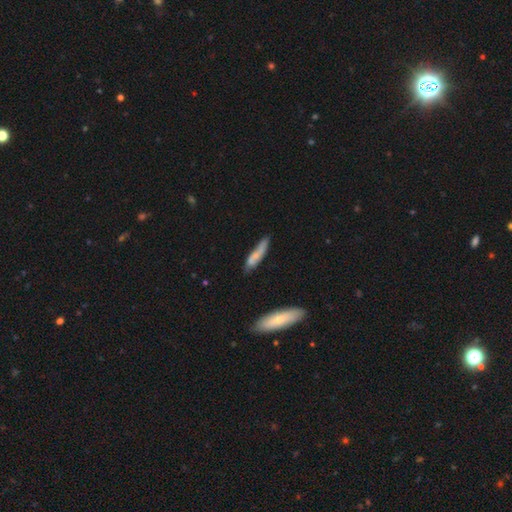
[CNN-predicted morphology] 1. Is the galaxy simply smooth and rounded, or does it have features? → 62% smooth, 31% featured or disk, 7% star or artifact.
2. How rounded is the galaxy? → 76% cigar-shaped, 22% in between, 2% round.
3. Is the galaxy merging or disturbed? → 61% none, 26% minor disturbance, 7% major disturbance, 5% merger.